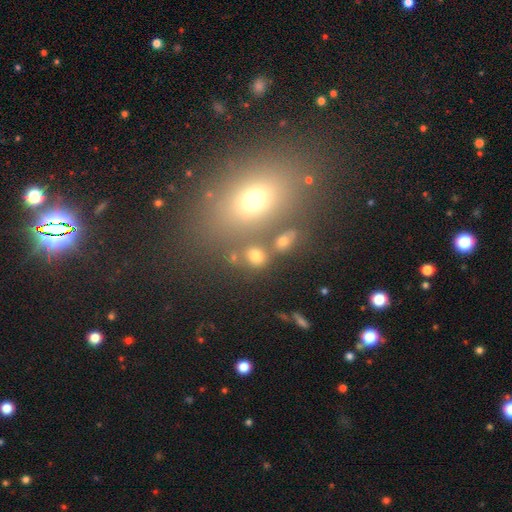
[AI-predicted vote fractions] smooth 73%, star or artifact 17%, featured or disk 10%. Down the decision tree: how rounded — round (61%); merging — none (64%).